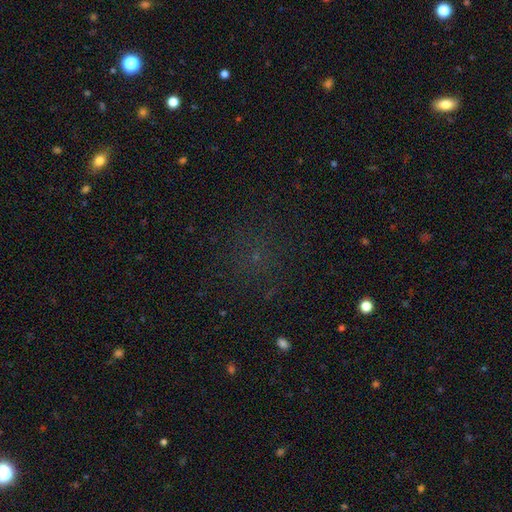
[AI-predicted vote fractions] A star or artifact, not a galaxy (51%).